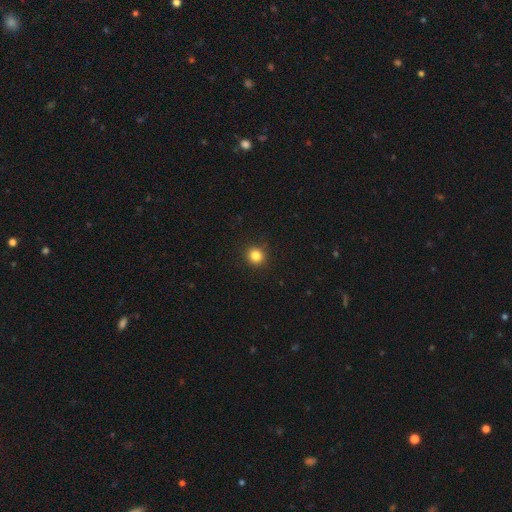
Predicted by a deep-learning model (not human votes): This appears to be a smooth galaxy with no disk features (84%) that is round (92%). Merging: none (91%).